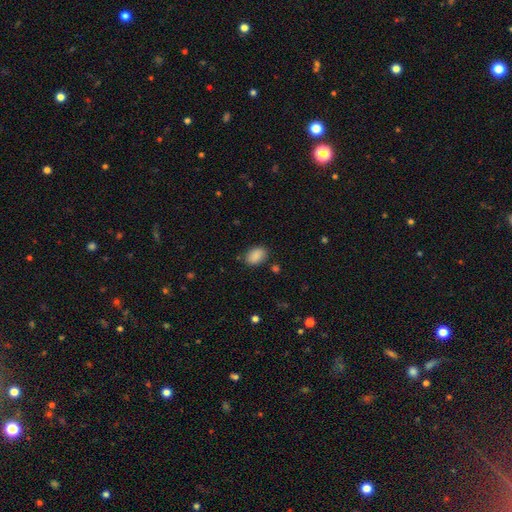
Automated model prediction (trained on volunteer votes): Smooth or featured?
  - smooth: 88% *
  - star or artifact: 8%
  - featured or disk: 4%
How rounded?
  - in between: 84% *
  - round: 15%
  - cigar-shaped: 1%
Merging?
  - none: 83% *
  - minor disturbance: 12%
  - major disturbance: 3%
  - merger: 2%